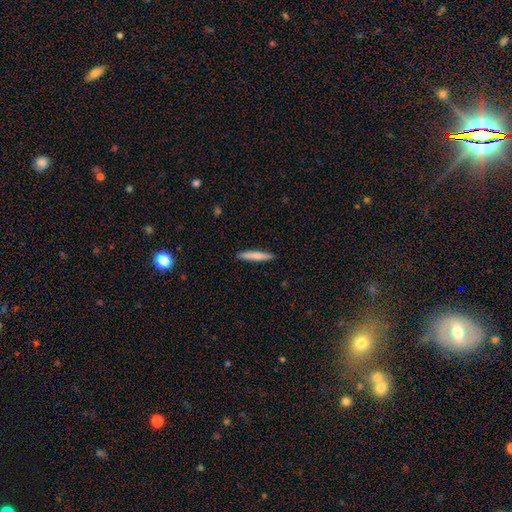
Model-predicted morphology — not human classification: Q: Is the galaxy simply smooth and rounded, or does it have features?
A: smooth — 74%.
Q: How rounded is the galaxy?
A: cigar-shaped — 93%.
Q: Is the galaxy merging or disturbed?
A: none — 90%.